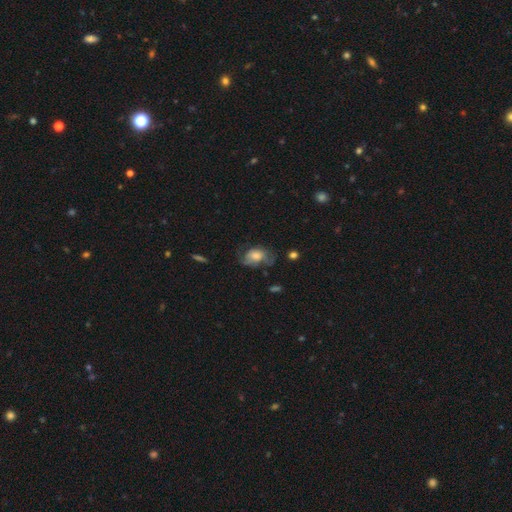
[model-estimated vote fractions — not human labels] The model was most divided on "smooth or featured": smooth: 48%, featured or disk: 44%, star or artifact: 8%. Remaining: merging — none (46%).